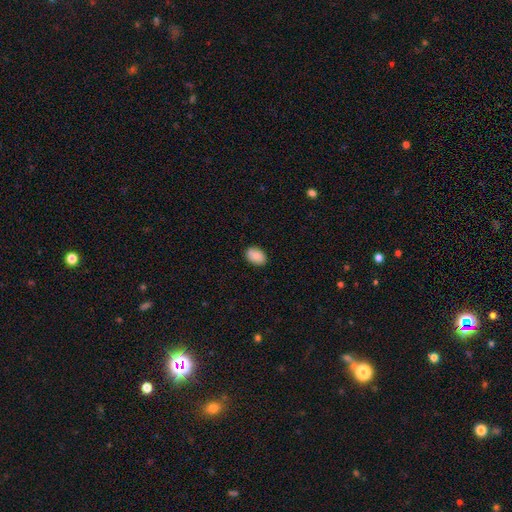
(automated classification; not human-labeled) This appears to be a smooth galaxy with no disk features (86%) that is in between round and cigar-shaped (85%). Merging: none (86%).